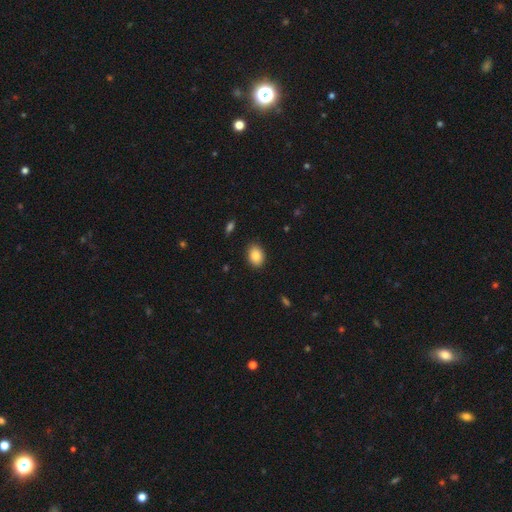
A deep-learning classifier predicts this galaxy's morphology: The model was most divided on "how rounded": in between: 78%, round: 21%, cigar-shaped: 1%. More confident: merging — none (87%); smooth or featured — smooth (87%).